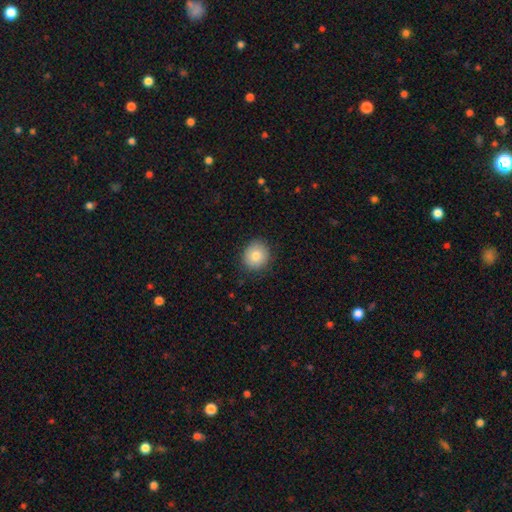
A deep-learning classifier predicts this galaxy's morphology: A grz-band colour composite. It shows a smooth galaxy with no disk features (81%) that is round (86%). Merging: none (88%).